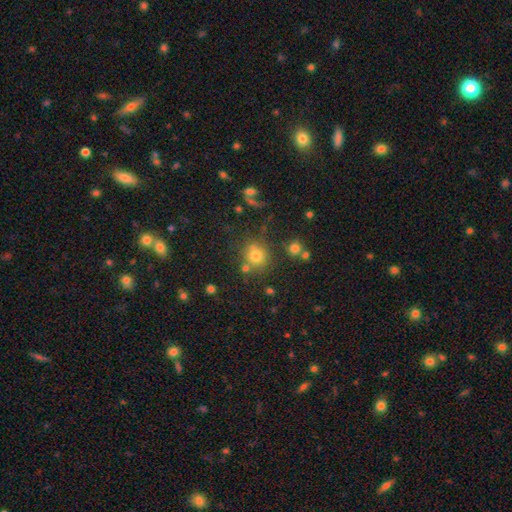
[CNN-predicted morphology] Smooth or featured?
  - smooth: 73% *
  - star or artifact: 18%
  - featured or disk: 9%
How rounded?
  - round: 87% *
  - in between: 12%
  - cigar-shaped: 1%
Merging?
  - none: 73% *
  - merger: 11%
  - minor disturbance: 11%
  - major disturbance: 5%